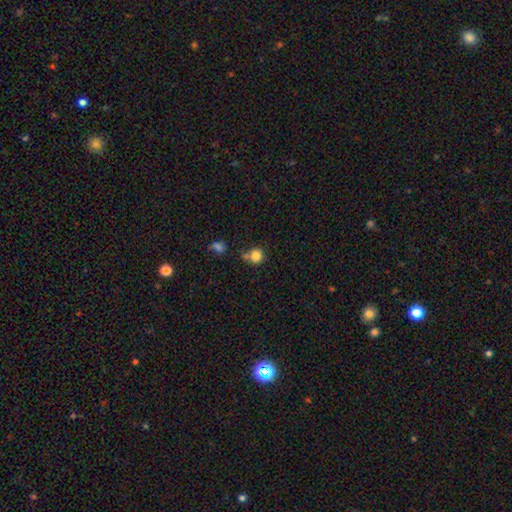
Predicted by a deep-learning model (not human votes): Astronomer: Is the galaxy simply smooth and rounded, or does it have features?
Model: smooth — 83%.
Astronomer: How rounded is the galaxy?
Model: round — 89%.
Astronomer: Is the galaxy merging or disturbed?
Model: none — 59%.